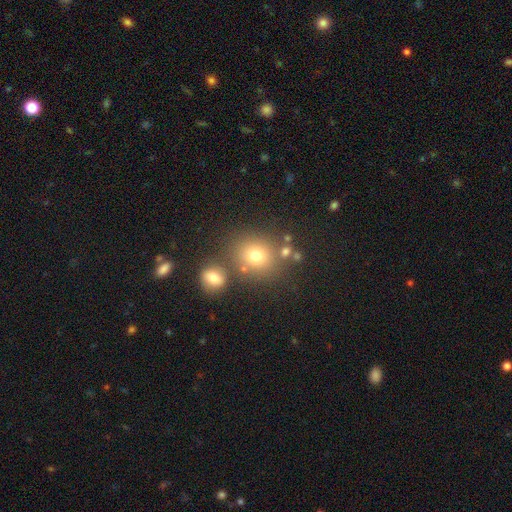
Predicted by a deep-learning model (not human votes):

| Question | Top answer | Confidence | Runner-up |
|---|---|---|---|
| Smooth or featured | smooth | 74% | star or artifact (16%) |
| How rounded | round | 81% | in between (18%) |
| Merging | none | 70% | merger (15%) |